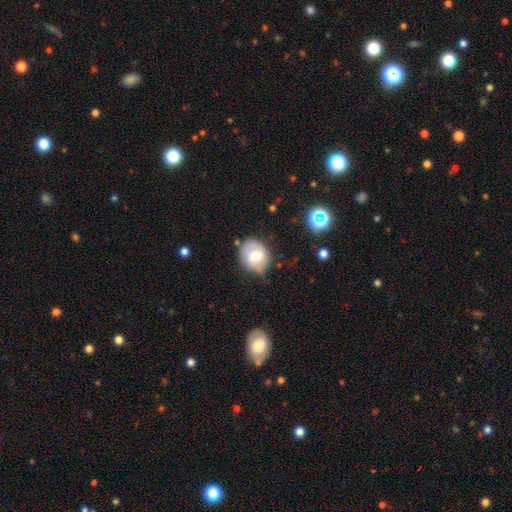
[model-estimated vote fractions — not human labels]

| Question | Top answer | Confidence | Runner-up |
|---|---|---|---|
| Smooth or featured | smooth | 50% | featured or disk (43%) |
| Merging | none | 67% | minor disturbance (24%) |